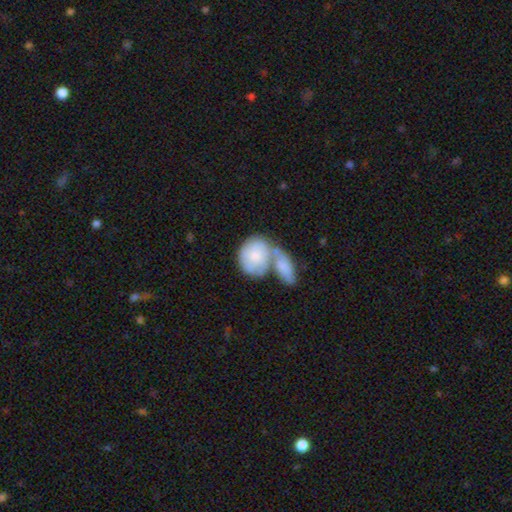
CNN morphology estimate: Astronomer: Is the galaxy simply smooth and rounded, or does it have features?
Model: smooth — 65%.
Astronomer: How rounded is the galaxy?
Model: round — 55% (runner-up: in between, 43%).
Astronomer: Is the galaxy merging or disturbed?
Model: merger — 59%.